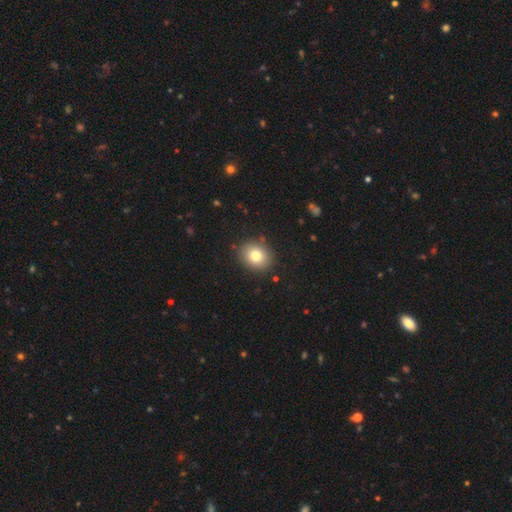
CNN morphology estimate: This appears to be a smooth galaxy with no disk features (79%) that is round (61%). Merging: none (88%).